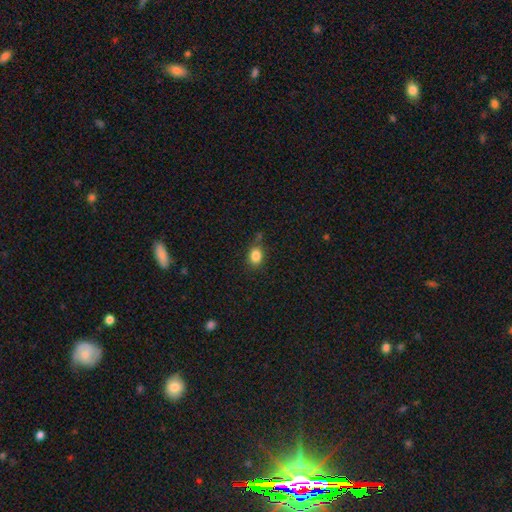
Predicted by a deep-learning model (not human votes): Smooth or featured: smooth — 84% (star or artifact — 10%)
How rounded: in between — 59% (round — 40%)
Merging: none — 71% (minor disturbance — 19%)